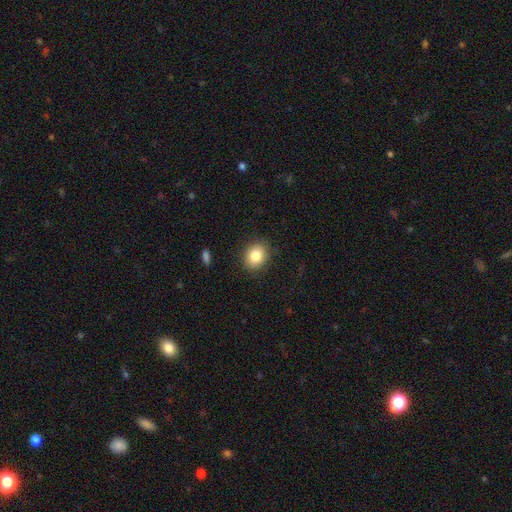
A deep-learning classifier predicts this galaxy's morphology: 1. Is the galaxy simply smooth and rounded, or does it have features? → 83% smooth, 9% star or artifact, 8% featured or disk.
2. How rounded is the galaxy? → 50% round, 49% in between, 1% cigar-shaped.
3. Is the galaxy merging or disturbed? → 88% none, 9% minor disturbance, 3% major disturbance, 1% merger.